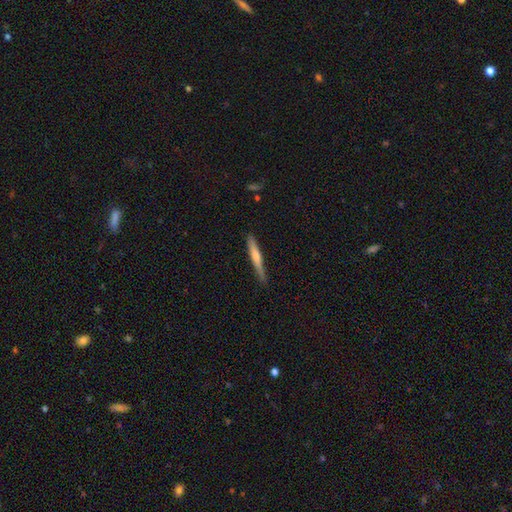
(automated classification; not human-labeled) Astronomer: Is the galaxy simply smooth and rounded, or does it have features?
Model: featured or disk — 52% (runner-up: smooth, 42%).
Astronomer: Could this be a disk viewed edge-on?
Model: yes — 96%.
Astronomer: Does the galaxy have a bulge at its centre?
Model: rounded — 67%.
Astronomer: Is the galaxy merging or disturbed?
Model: none — 87%.